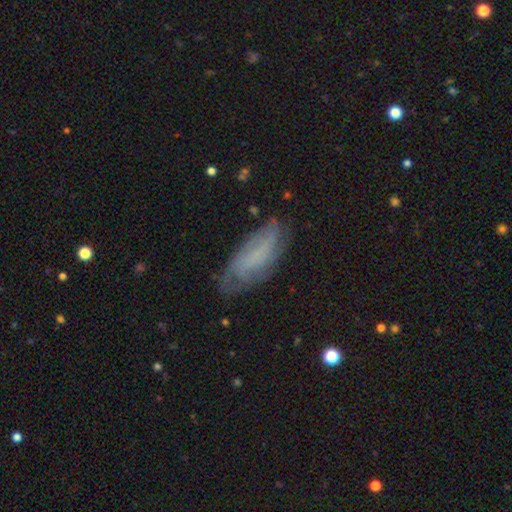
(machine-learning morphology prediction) smooth_or_featured: smooth (p=0.50) [alt: featured or disk p=0.39]
merging: none (p=0.64) [alt: minor disturbance p=0.25]